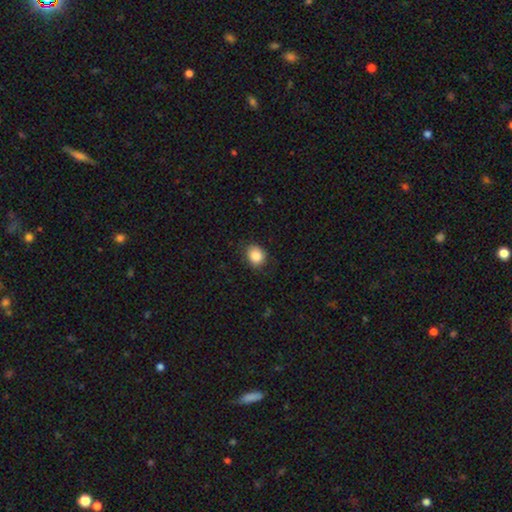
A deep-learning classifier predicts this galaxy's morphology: smooth_or_featured: smooth (p=0.87) [alt: star or artifact p=0.08]
how_rounded: round (p=0.55) [alt: in between p=0.44]
merging: none (p=0.77) [alt: minor disturbance p=0.17]